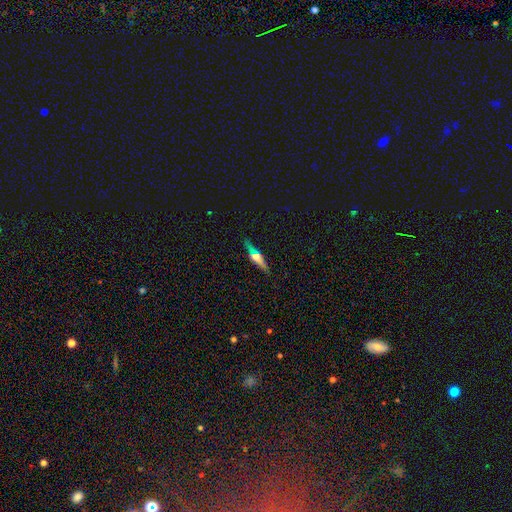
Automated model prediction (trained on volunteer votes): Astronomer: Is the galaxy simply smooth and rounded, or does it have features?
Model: featured or disk — 64%.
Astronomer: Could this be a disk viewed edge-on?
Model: yes — 96%.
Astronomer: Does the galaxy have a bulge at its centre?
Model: rounded — 93%.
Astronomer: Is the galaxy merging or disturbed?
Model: none — 87%.